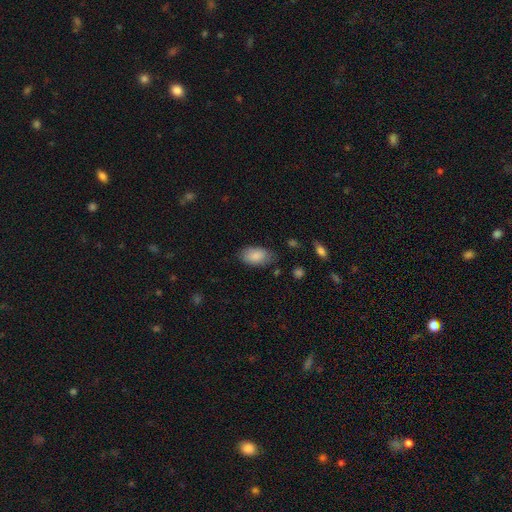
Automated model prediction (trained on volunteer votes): smooth_or_featured: smooth (p=0.87) [alt: featured or disk p=0.07]
how_rounded: in between (p=0.93) [alt: round p=0.05]
merging: none (p=0.74) [alt: minor disturbance p=0.20]